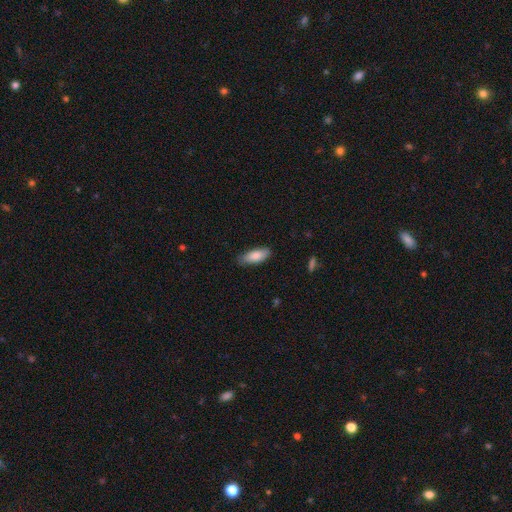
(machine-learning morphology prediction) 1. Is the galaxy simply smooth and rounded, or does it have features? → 84% smooth, 10% featured or disk, 6% star or artifact.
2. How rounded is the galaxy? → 76% in between, 23% cigar-shaped, 2% round.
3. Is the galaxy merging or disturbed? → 78% none, 18% minor disturbance, 3% major disturbance, 1% merger.